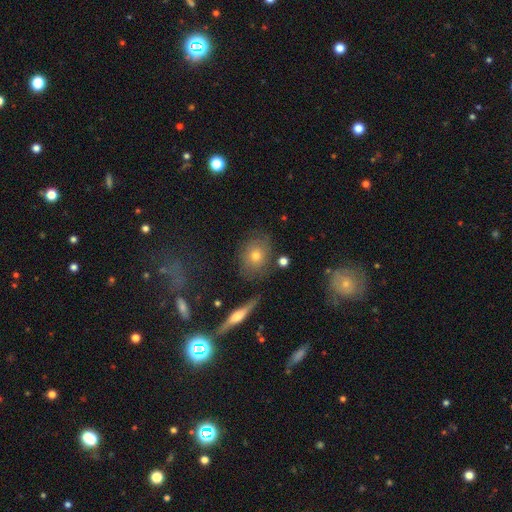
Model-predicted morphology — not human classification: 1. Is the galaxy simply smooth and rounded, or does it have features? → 58% smooth, 28% featured or disk, 14% star or artifact.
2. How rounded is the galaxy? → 60% round, 36% in between, 3% cigar-shaped.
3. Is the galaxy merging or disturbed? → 72% none, 16% minor disturbance, 7% major disturbance, 5% merger.